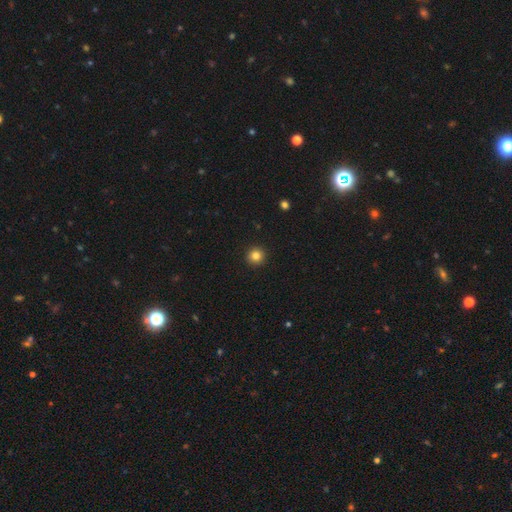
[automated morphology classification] smooth_or_featured: smooth (p=0.83) [alt: star or artifact p=0.12]
how_rounded: round (p=0.95) [alt: in between p=0.04]
merging: none (p=0.93) [alt: minor disturbance p=0.04]